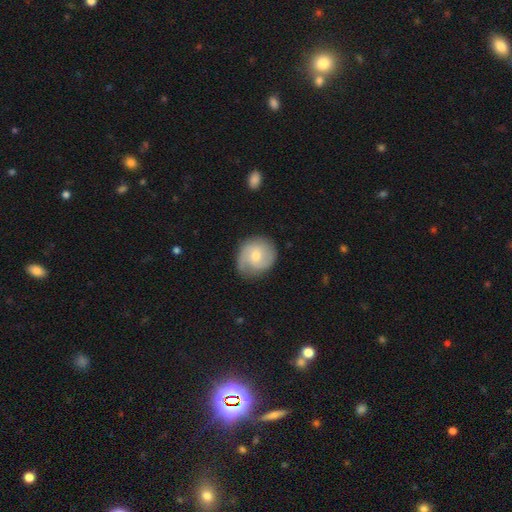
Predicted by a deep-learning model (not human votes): Morphology: type=featured or disk (53%); edge-on=no (97%); bar=no (56%); spiral arms=yes (84%); bulge=moderate (53%); merging=none (73%).